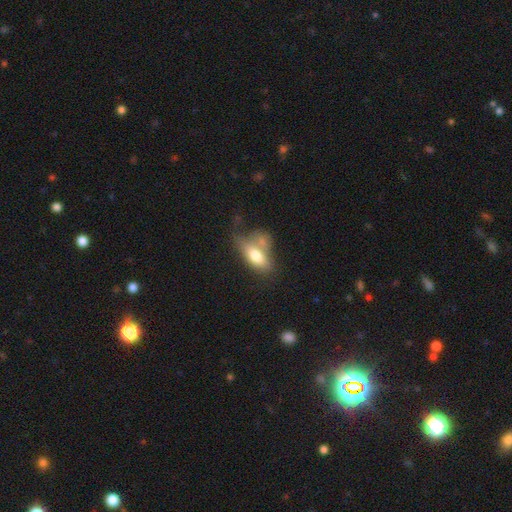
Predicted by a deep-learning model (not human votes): smooth_or_featured: smooth (p=0.72) [alt: featured or disk p=0.21]
how_rounded: in between (p=0.87) [alt: cigar-shaped p=0.07]
merging: merger (p=0.35) [alt: none p=0.26]